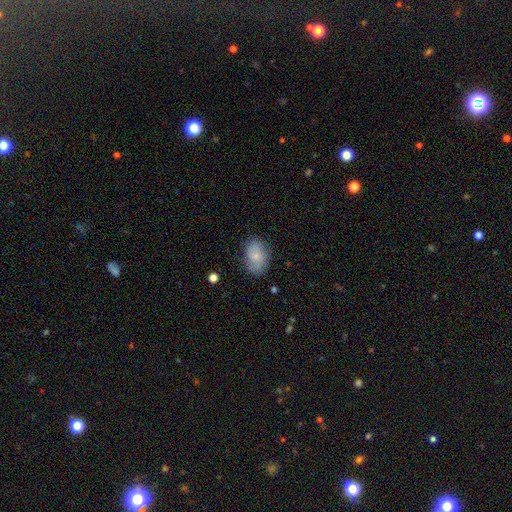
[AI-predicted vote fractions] A smooth galaxy with no disk features (69%) that is in between round and cigar-shaped (81%). Merging: none (72%).